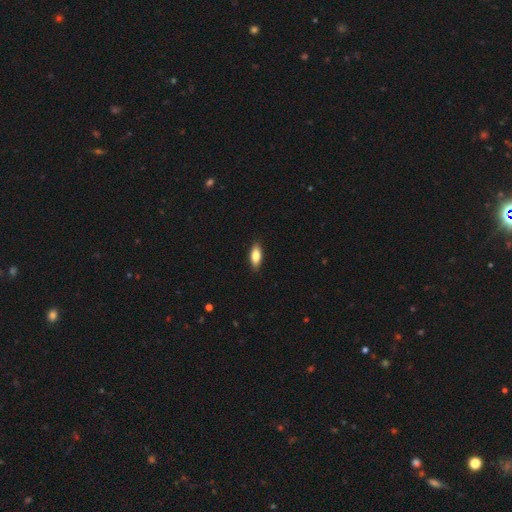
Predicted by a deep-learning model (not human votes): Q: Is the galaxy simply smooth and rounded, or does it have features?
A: smooth — 81%.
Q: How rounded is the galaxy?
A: in between — 77%.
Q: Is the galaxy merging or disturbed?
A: none — 88%.